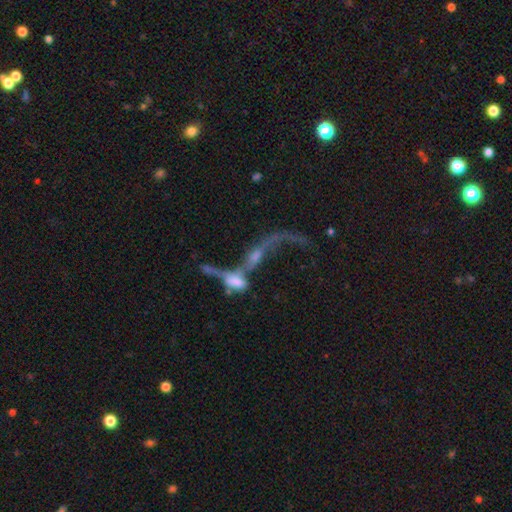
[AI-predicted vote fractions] A featured or disk galaxy (68%) with no bar (63%), spiral arms (60%) and a moderate central bulge (30%).

Vote fractions:
- Smooth or featured? featured or disk: 68% / smooth: 21% / star or artifact: 11%
- Edge-on disk? no: 81% / yes: 19%
- Bar? no: 63% / weak: 26% / strong: 11%
- Spiral arms? yes: 60% / no: 40%
- Bulge size? moderate: 30% / none: 29% / small: 26% / large: 11% / dominant: 4%
- Merging? merger: 70% / major disturbance: 15% / none: 10% / minor disturbance: 5%